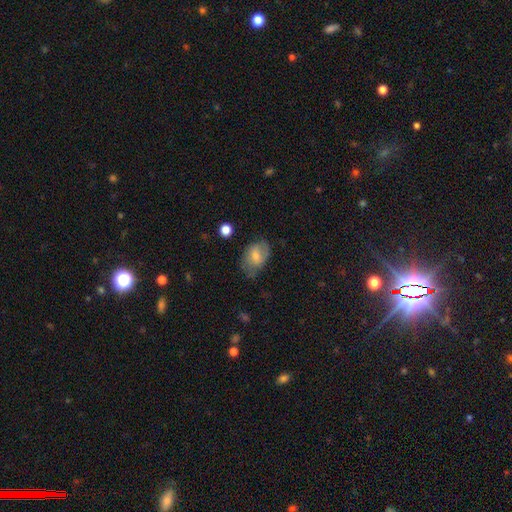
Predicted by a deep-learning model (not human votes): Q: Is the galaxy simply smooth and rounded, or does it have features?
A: smooth — 60%.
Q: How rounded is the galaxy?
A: in between — 79%.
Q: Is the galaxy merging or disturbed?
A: none — 64%.